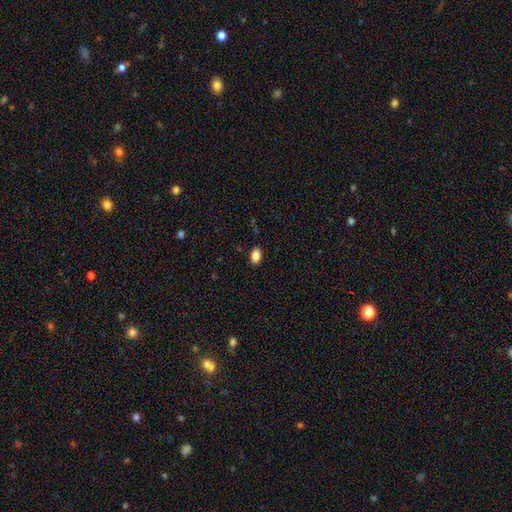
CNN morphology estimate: Q: Smooth or featured?
A: smooth (87%); runner-up: star or artifact (9%)
Q: How rounded?
A: in between (91%); runner-up: round (8%)
Q: Merging?
A: none (89%); runner-up: minor disturbance (8%)